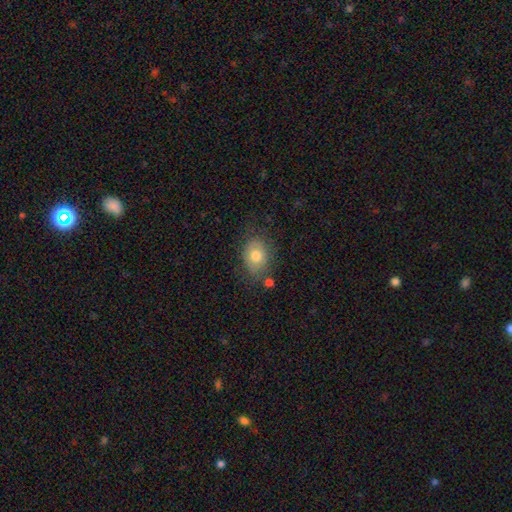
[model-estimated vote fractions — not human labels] A smooth galaxy with no disk features (74%) that is in between round and cigar-shaped (60%). Merging: none (73%).